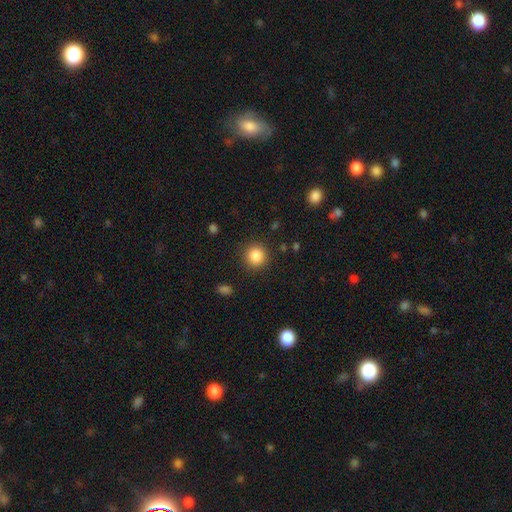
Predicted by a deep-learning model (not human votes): smooth 85%, star or artifact 10%, featured or disk 4%. Down the decision tree: how rounded — round (92%); merging — none (89%).